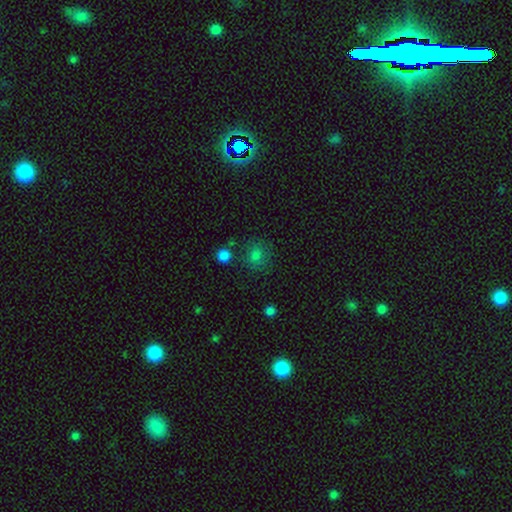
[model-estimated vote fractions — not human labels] The model was most divided on "smooth or featured": smooth: 76%, star or artifact: 17%, featured or disk: 7%. More confident: how rounded — round (81%); merging — none (75%).